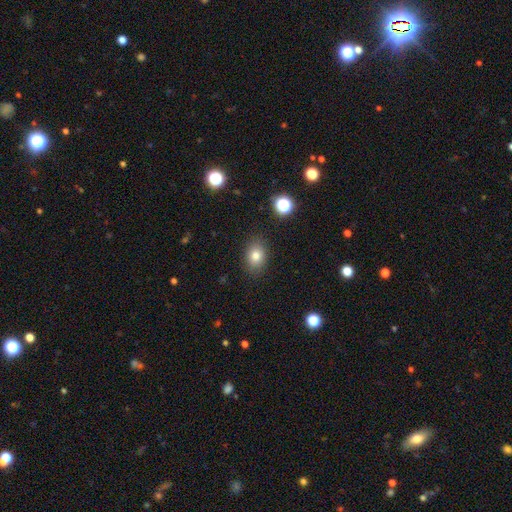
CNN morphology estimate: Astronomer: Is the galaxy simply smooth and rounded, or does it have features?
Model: smooth — 81%.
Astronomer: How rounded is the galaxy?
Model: in between — 72%.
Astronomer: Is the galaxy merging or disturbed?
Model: none — 85%.